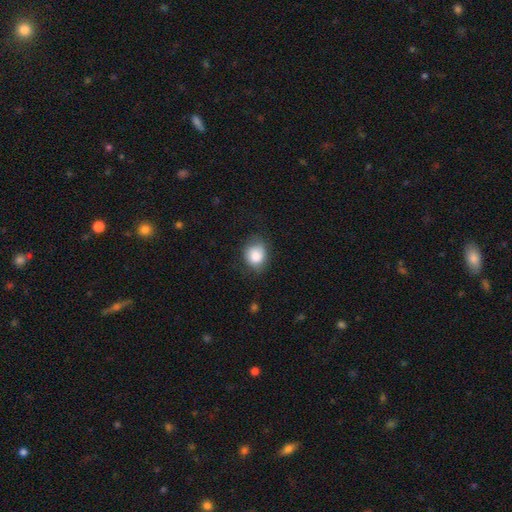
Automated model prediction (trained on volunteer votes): Q: Smooth or featured?
A: smooth (84%); runner-up: star or artifact (8%)
Q: How rounded?
A: round (58%); runner-up: in between (41%)
Q: Merging?
A: none (65%); runner-up: minor disturbance (26%)